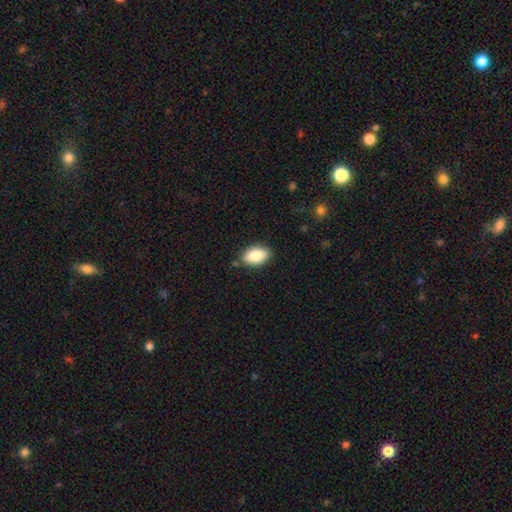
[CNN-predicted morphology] A smooth galaxy with no disk features (86%) that is in between round and cigar-shaped (92%). Merging: none (84%).